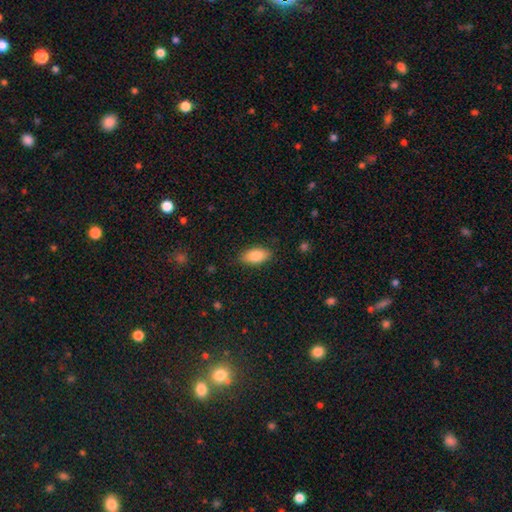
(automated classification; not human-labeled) A smooth galaxy with no disk features (85%) that is in between round and cigar-shaped (90%).

Vote fractions:
- Smooth or featured? smooth: 85% / featured or disk: 9% / star or artifact: 7%
- How rounded? in between: 90% / cigar-shaped: 7% / round: 3%
- Merging? none: 84% / minor disturbance: 12% / major disturbance: 3% / merger: 1%